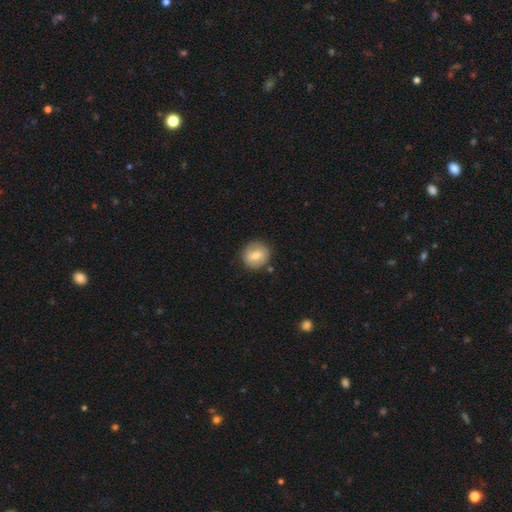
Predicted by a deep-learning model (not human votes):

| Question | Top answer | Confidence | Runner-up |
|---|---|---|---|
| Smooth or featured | smooth | 70% | featured or disk (22%) |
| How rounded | round | 88% | in between (12%) |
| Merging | none | 83% | minor disturbance (11%) |